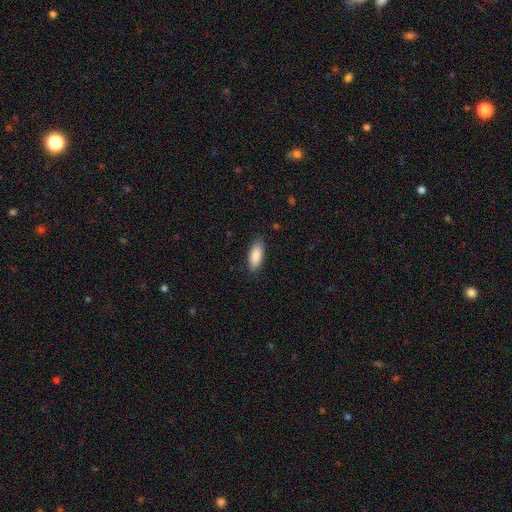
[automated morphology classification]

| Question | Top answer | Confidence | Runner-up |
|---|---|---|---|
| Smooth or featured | smooth | 89% | star or artifact (6%) |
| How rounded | in between | 82% | cigar-shaped (16%) |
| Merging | none | 86% | minor disturbance (11%) |